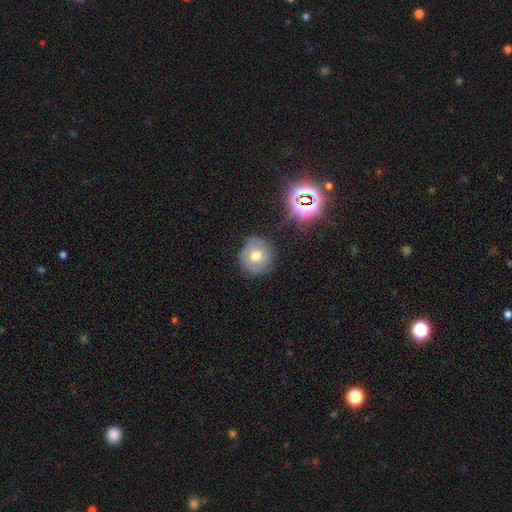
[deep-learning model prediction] Morphology: type=smooth (66%); roundness=round (91%); merging=none (81%).